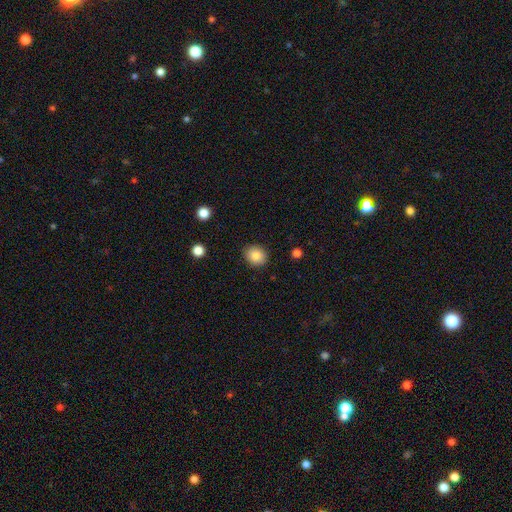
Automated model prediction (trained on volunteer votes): smooth-or-featured: smooth: 85% | star or artifact: 9% | featured or disk: 6%
  how-rounded: round: 76% | in between: 23% | cigar-shaped: 1%
  merging: none: 89% | minor disturbance: 8% | major disturbance: 2% | merger: 1%